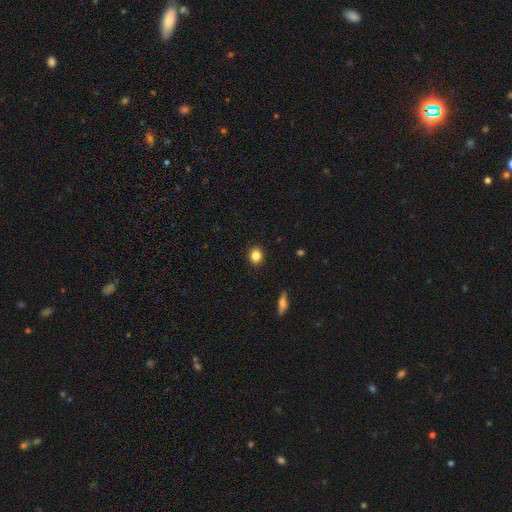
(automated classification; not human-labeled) smooth-or-featured: smooth: 84% | star or artifact: 10% | featured or disk: 6%
  how-rounded: round: 80% | in between: 19% | cigar-shaped: 1%
  merging: none: 91% | minor disturbance: 6% | major disturbance: 2% | merger: 1%